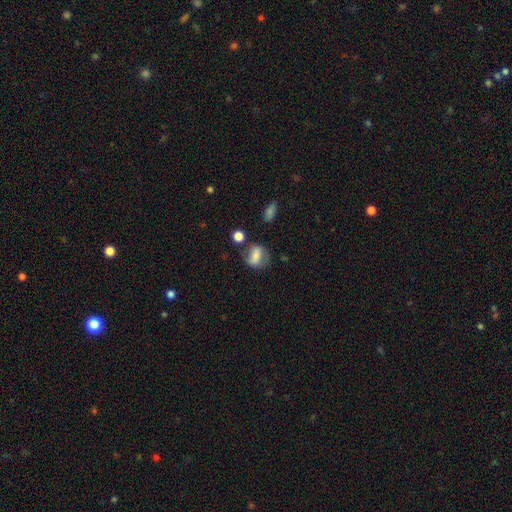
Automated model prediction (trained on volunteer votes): A smooth galaxy with no disk features (57%) that is in between round and cigar-shaped (55%). Merging: none (55%).